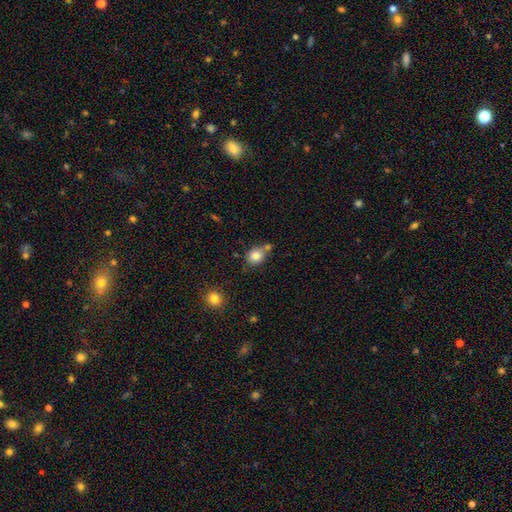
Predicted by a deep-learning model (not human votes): This is clearly a smooth galaxy (82%). How rounded: likely round (64%). Merging: possibly none (59%).